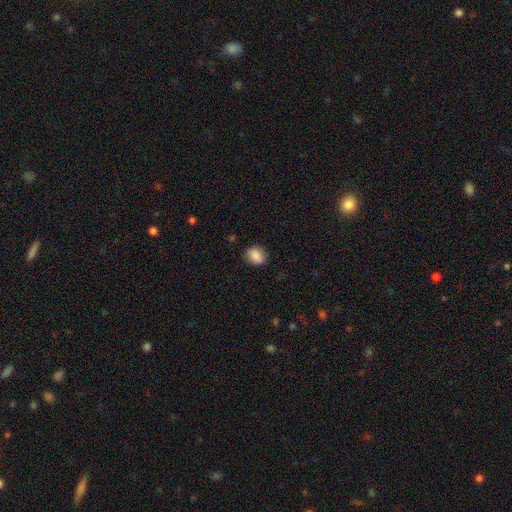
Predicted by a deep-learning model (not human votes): Q: Smooth or featured?
A: smooth (87%); runner-up: star or artifact (8%)
Q: How rounded?
A: in between (50%); runner-up: round (49%)
Q: Merging?
A: none (82%); runner-up: minor disturbance (14%)